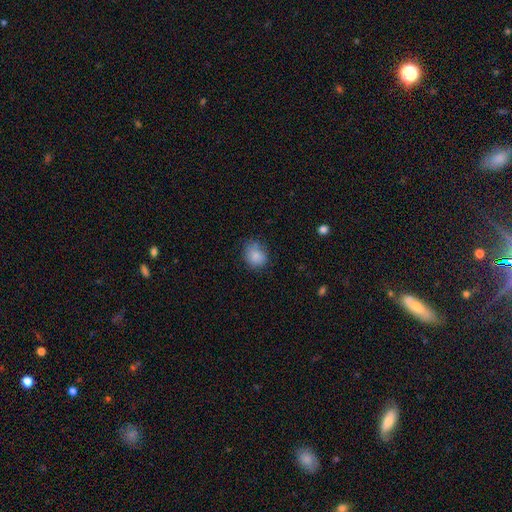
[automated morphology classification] Smooth or featured: smooth — 84% (star or artifact — 9%)
How rounded: round — 62% (in between — 37%)
Merging: none — 70% (minor disturbance — 23%)